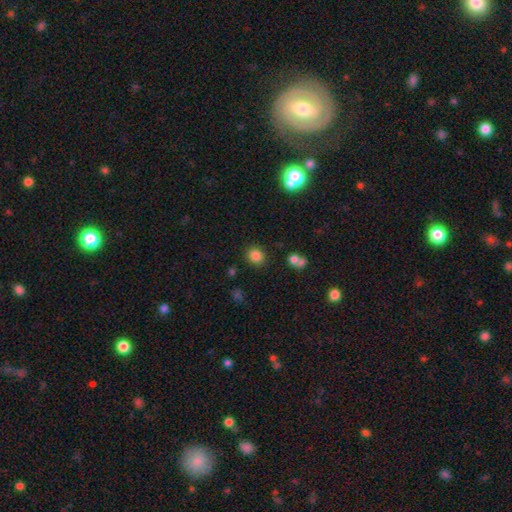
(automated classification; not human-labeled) This appears to be a smooth galaxy with no disk features (83%) that is round (79%). Merging: none (84%).